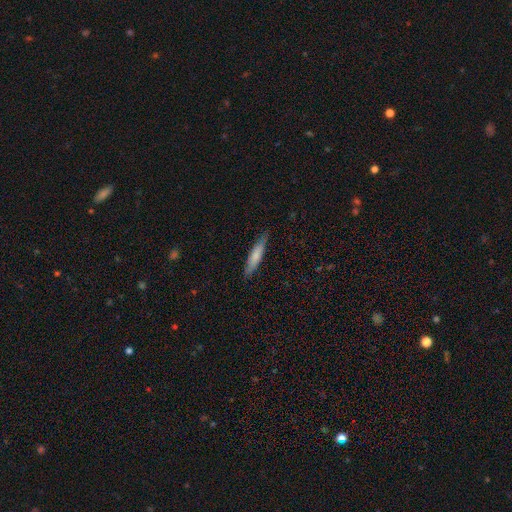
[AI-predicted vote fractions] Overall: smooth (72%). How rounded: cigar-shaped (85%). Merging: none (85%).